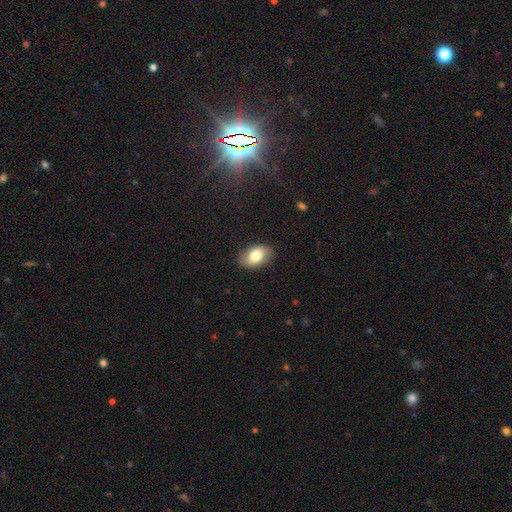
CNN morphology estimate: A smooth galaxy with no disk features (75%) that is in between round and cigar-shaped (91%).

Vote fractions:
- Smooth or featured? smooth: 75% / featured or disk: 18% / star or artifact: 7%
- How rounded? in between: 91% / round: 8% / cigar-shaped: 1%
- Merging? none: 85% / minor disturbance: 11% / major disturbance: 3% / merger: 1%